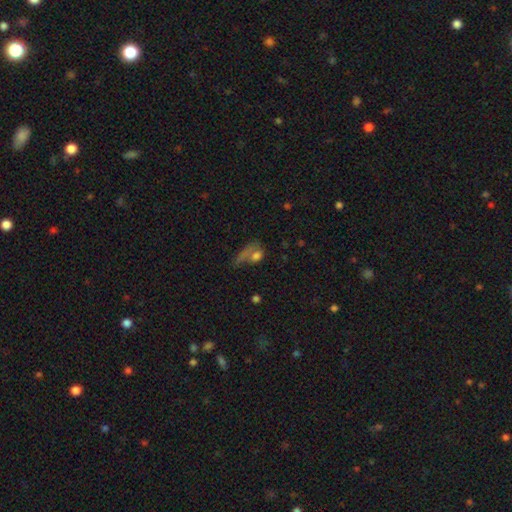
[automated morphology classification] smooth 40%, star or artifact 31%, featured or disk 29%. Down the decision tree: merging — none (35%).